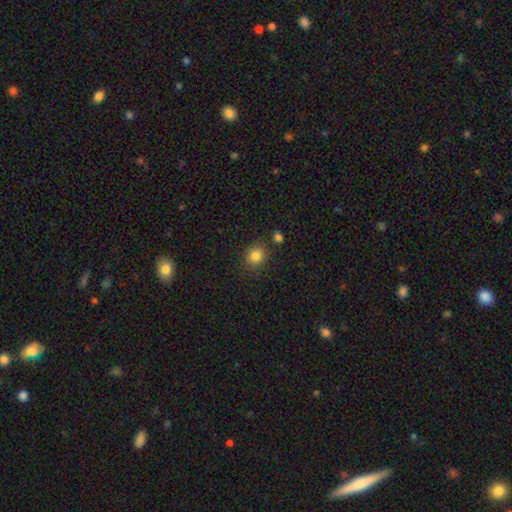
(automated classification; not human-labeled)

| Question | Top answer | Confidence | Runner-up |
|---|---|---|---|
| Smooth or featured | smooth | 84% | star or artifact (11%) |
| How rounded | round | 74% | in between (26%) |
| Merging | none | 81% | minor disturbance (11%) |